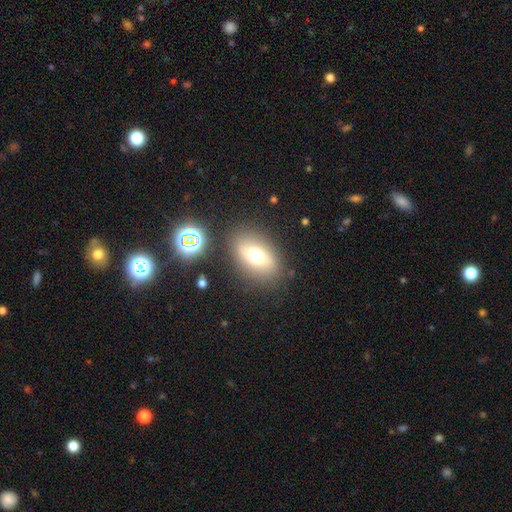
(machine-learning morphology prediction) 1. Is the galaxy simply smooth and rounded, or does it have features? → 66% smooth, 20% featured or disk, 14% star or artifact.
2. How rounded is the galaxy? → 78% in between, 20% round, 2% cigar-shaped.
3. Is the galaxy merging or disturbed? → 81% none, 10% minor disturbance, 5% major disturbance, 3% merger.